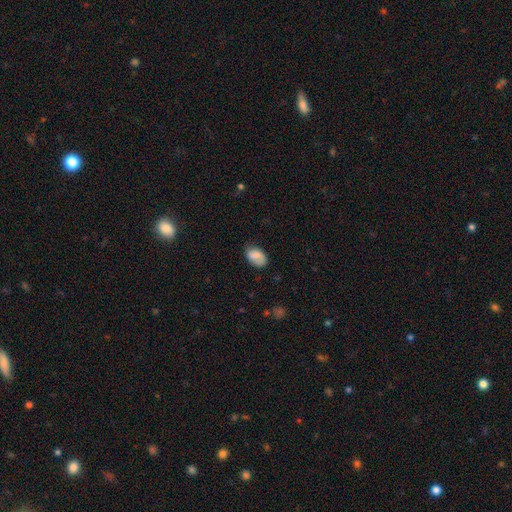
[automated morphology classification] smooth 74%, featured or disk 19%, star or artifact 8%. Down the decision tree: how rounded — in between (88%); merging — none (62%).